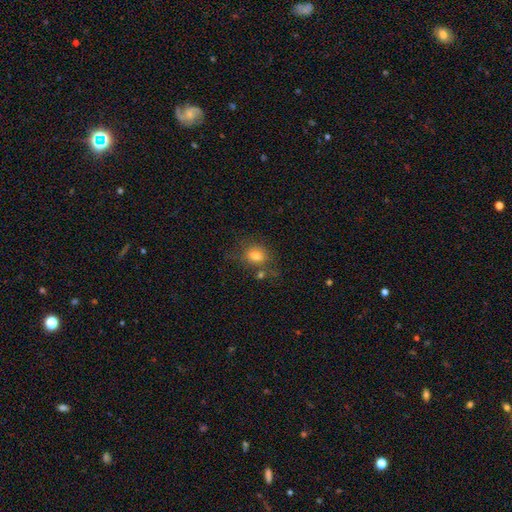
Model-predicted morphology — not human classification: Overall: smooth (76%). How rounded: round (50%; in between 49%). Merging: none (65%).